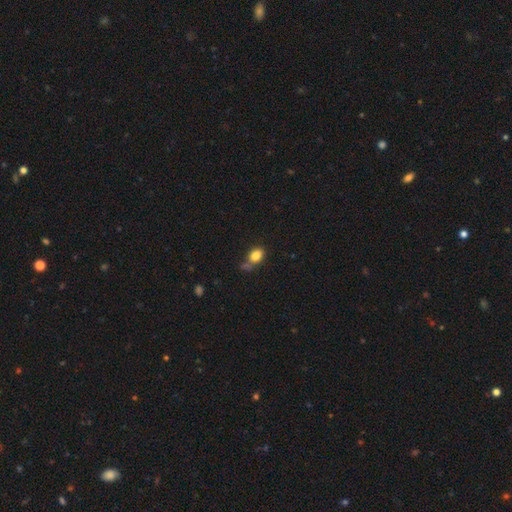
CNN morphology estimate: Overall: smooth (83%). How rounded: in between (65%; round 34%). Merging: none (55%; minor disturbance 22%).